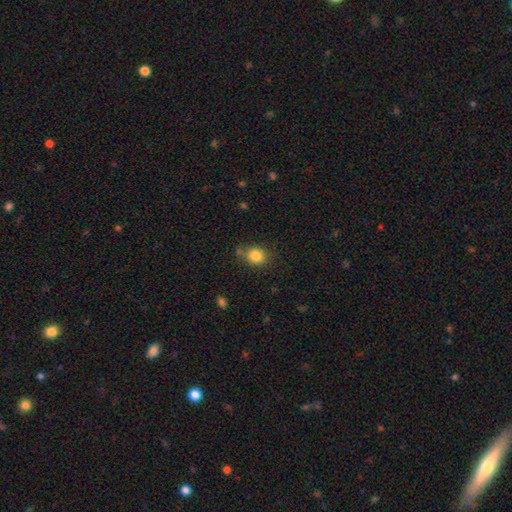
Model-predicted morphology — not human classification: smooth 84%, star or artifact 11%, featured or disk 6%. Down the decision tree: how rounded — round (71%); merging — none (73%).